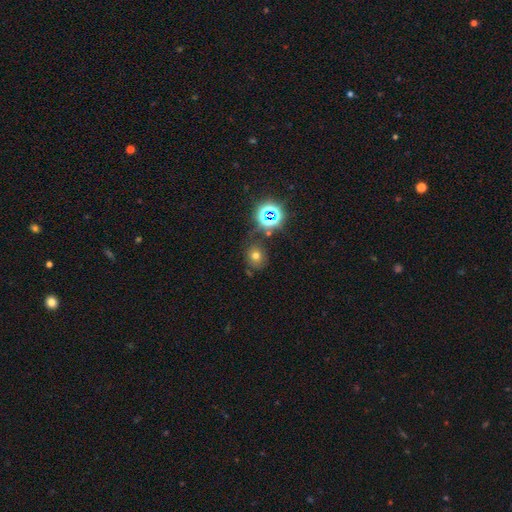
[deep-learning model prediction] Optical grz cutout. It shows a smooth galaxy with no disk features (59%) that is round (76%). Merging: none (76%).